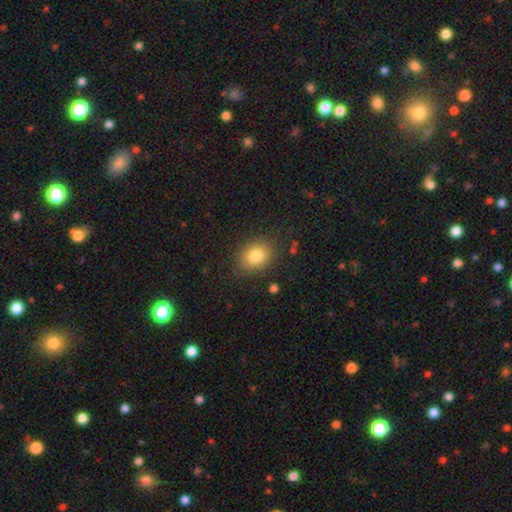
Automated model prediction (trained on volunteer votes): Q: Smooth or featured?
A: smooth (82%); runner-up: star or artifact (9%)
Q: How rounded?
A: in between (59%); runner-up: round (40%)
Q: Merging?
A: none (83%); runner-up: minor disturbance (12%)